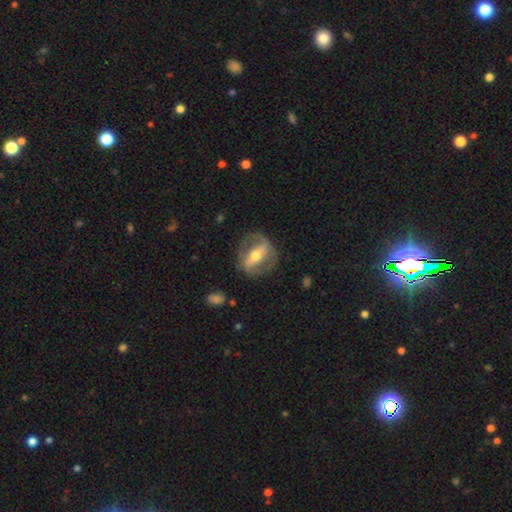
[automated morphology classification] smooth-or-featured: featured or disk: 74% | smooth: 20% | star or artifact: 6%
  disk-edge-on: no: 81% | yes: 19%
    bar: strong: 69% | weak: 19% | no: 12%
    has-spiral-arms: no: 53% | yes: 47%
    bulge-size: moderate: 71% | small: 18% | large: 9% | dominant: 1% | none: 1%
  merging: none: 77% | minor disturbance: 14% | major disturbance: 8% | merger: 1%